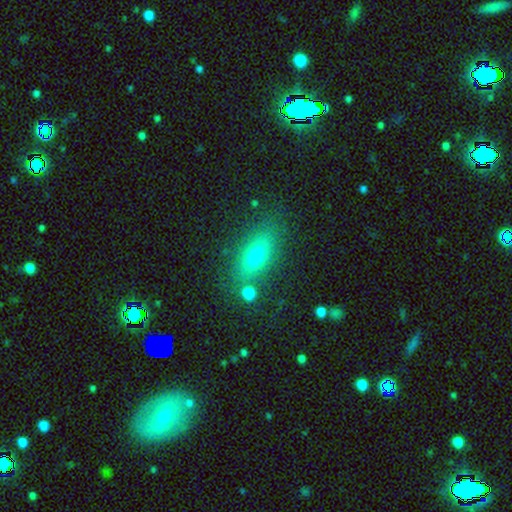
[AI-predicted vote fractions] Morphology: type=smooth (66%); roundness=in between (66%); merging=none (78%).